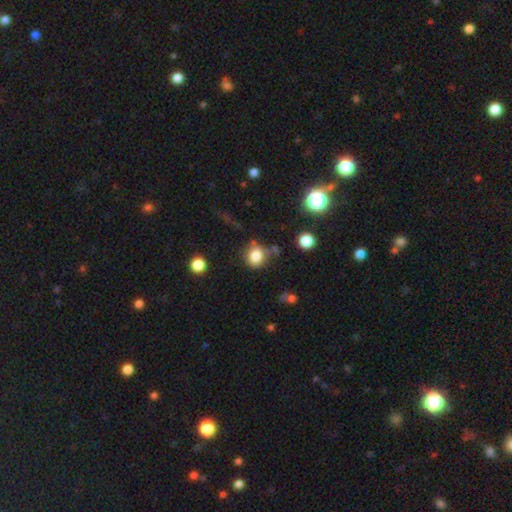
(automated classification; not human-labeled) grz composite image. It shows a smooth galaxy with no disk features (82%) that is round (73%). Merging: none (64%).